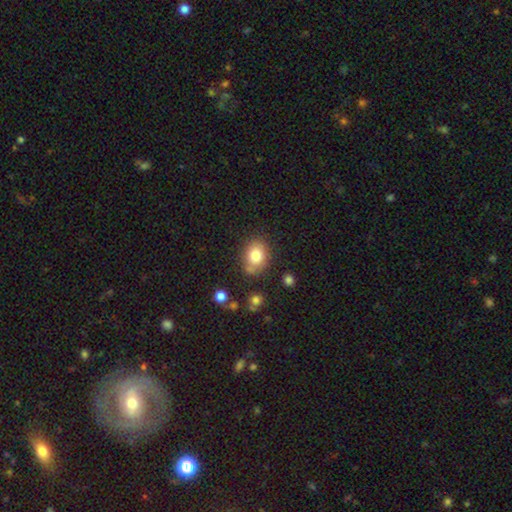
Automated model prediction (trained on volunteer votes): smooth-or-featured: smooth: 80% | featured or disk: 10% | star or artifact: 10%
  how-rounded: in between: 55% | round: 44% | cigar-shaped: 1%
  merging: none: 72% | minor disturbance: 17% | merger: 7% | major disturbance: 4%